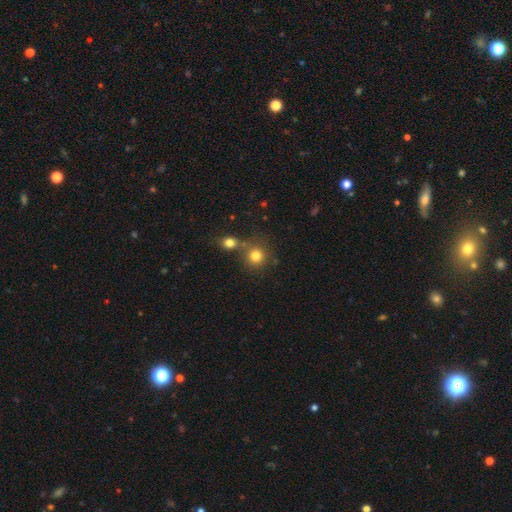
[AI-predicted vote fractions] Q: Smooth or featured?
A: smooth (79%); runner-up: star or artifact (13%)
Q: How rounded?
A: round (89%); runner-up: in between (10%)
Q: Merging?
A: none (67%); runner-up: merger (21%)